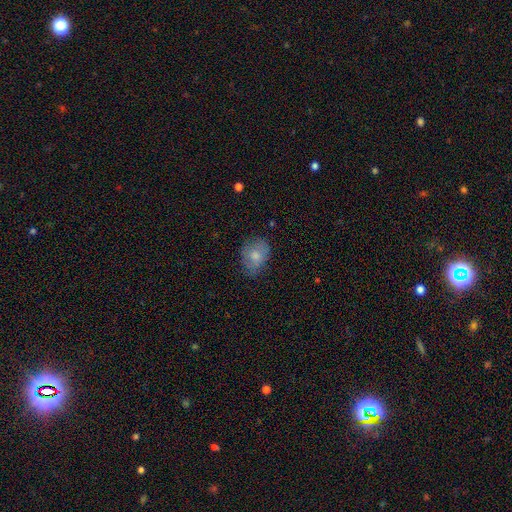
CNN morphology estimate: smooth_or_featured: smooth (p=0.71) [alt: featured or disk p=0.22]
how_rounded: in between (p=0.65) [alt: round p=0.34]
merging: none (p=0.65) [alt: minor disturbance p=0.26]